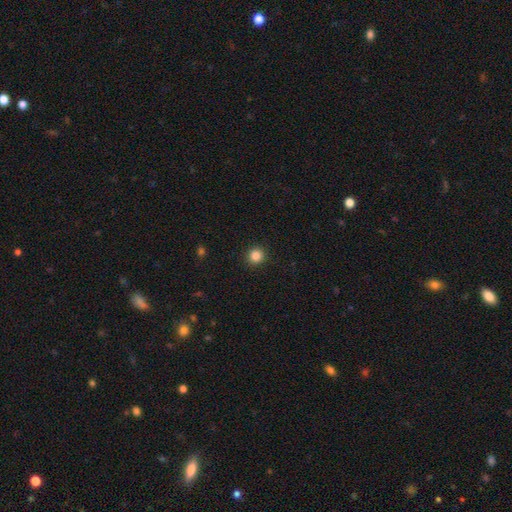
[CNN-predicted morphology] Smooth or featured: smooth — 85% (star or artifact — 11%)
How rounded: round — 93% (in between — 6%)
Merging: none — 92% (minor disturbance — 5%)